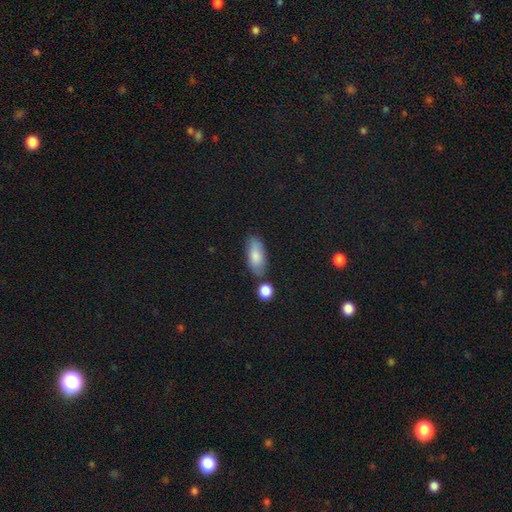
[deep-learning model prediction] A smooth galaxy with no disk features (83%) that is in between round and cigar-shaped (84%).

Vote fractions:
- Smooth or featured? smooth: 83% / featured or disk: 11% / star or artifact: 7%
- How rounded? in between: 84% / cigar-shaped: 13% / round: 3%
- Merging? none: 68% / minor disturbance: 17% / merger: 10% / major disturbance: 4%